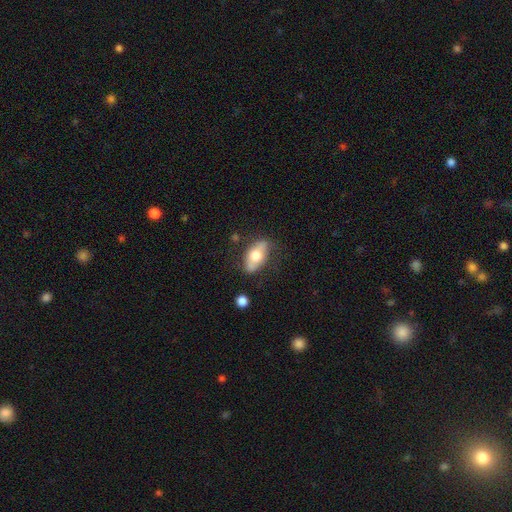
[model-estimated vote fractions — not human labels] A smooth galaxy with no disk features (58%) that is in between round and cigar-shaped (87%).

Vote fractions:
- Smooth or featured? smooth: 58% / featured or disk: 36% / star or artifact: 6%
- How rounded? in between: 87% / cigar-shaped: 7% / round: 6%
- Merging? none: 72% / minor disturbance: 19% / major disturbance: 6% / merger: 3%